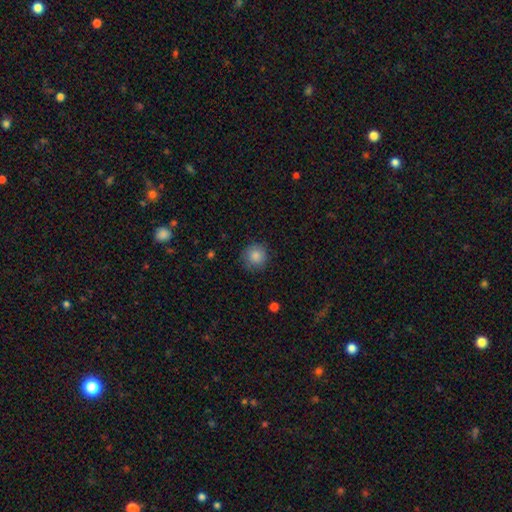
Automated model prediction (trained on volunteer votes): Smooth or featured? Predicted: smooth (p=0.86). How rounded? Predicted: round (p=0.93). Merging? Predicted: none (p=0.84).